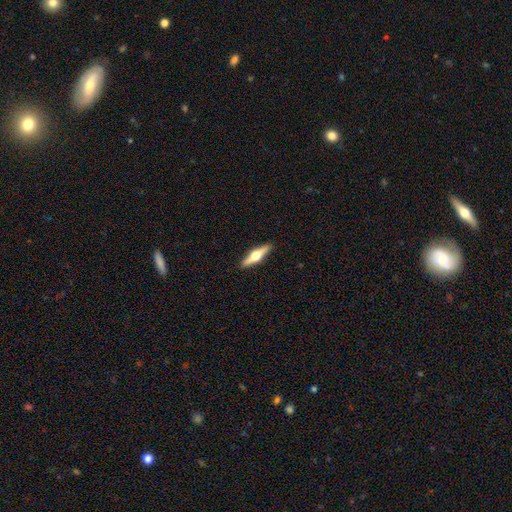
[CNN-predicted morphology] Smooth or featured? Predicted: featured or disk (p=0.69). Edge-on disk? Predicted: yes (p=0.97). Edge-on bulge? Predicted: rounded (p=0.96). Merging? Predicted: none (p=0.91).